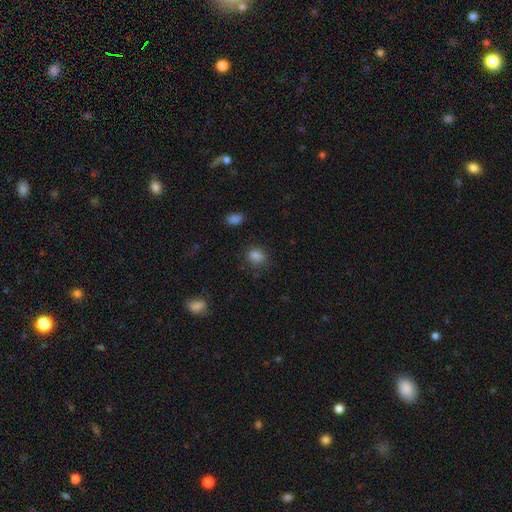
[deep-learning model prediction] Smooth or featured?
  - smooth: 84% *
  - star or artifact: 12%
  - featured or disk: 4%
How rounded?
  - round: 53% *
  - in between: 45%
  - cigar-shaped: 1%
Merging?
  - none: 78% *
  - minor disturbance: 15%
  - major disturbance: 5%
  - merger: 2%